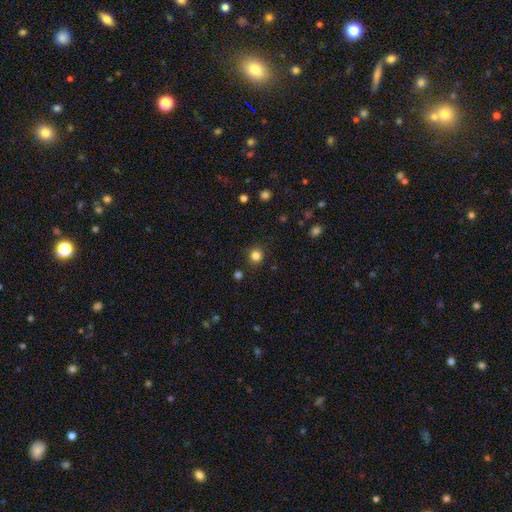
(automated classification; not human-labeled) The model was most divided on "smooth or featured": smooth: 82%, star or artifact: 13%, featured or disk: 5%. More confident: how rounded — round (90%); merging — none (89%).